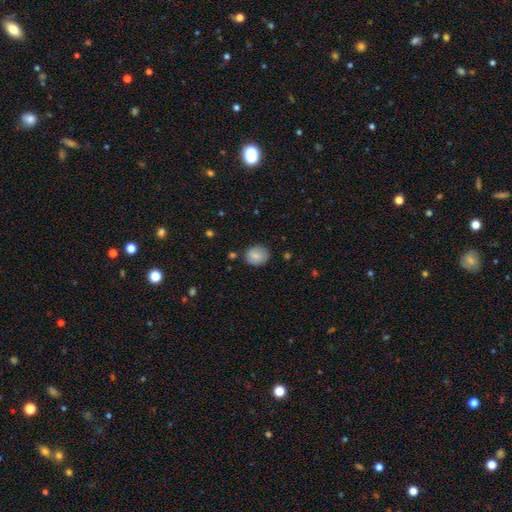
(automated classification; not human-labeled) Smooth or featured?
  - smooth: 78% *
  - featured or disk: 14%
  - star or artifact: 8%
How rounded?
  - round: 69% *
  - in between: 30%
  - cigar-shaped: 1%
Merging?
  - none: 80% *
  - minor disturbance: 15%
  - major disturbance: 3%
  - merger: 2%